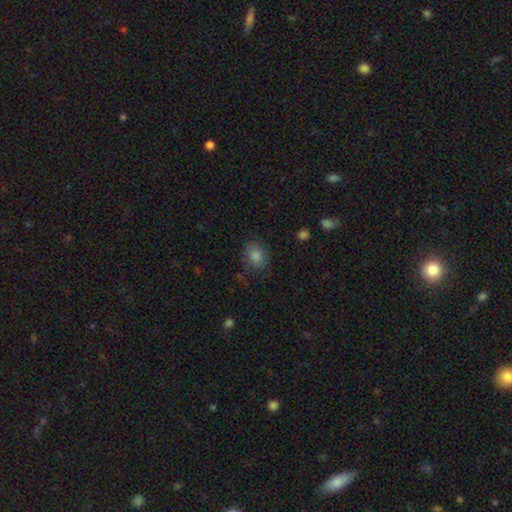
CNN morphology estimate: smooth-or-featured: smooth: 80% | star or artifact: 12% | featured or disk: 8%
  how-rounded: in between: 51% | round: 48% | cigar-shaped: 1%
  merging: none: 81% | minor disturbance: 14% | major disturbance: 4% | merger: 1%